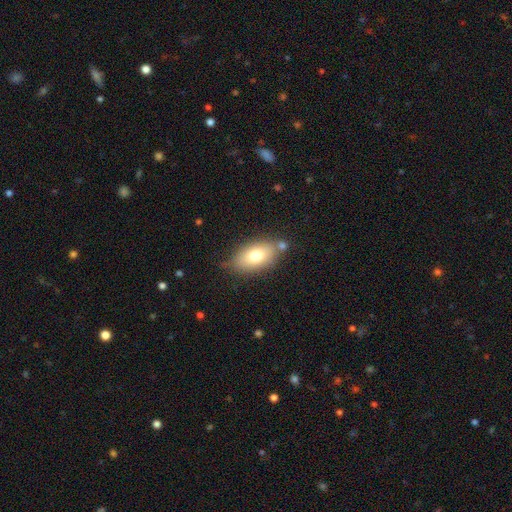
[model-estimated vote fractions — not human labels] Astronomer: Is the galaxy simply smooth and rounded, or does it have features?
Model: smooth — 73%.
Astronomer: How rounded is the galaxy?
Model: in between — 89%.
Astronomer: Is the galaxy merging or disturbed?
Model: none — 68%.